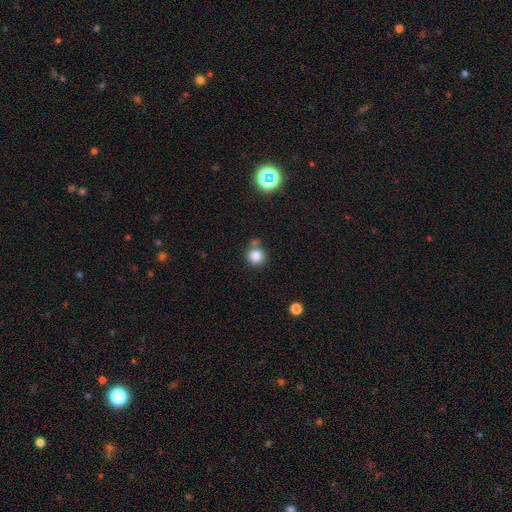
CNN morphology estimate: This is clearly a smooth galaxy (82%). How rounded: clearly round (92%). Merging: likely none (66%).